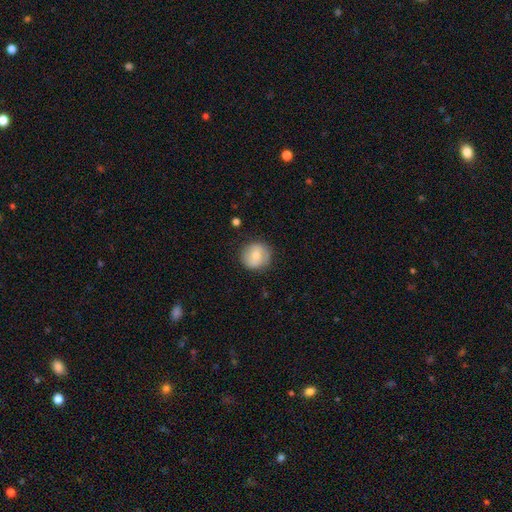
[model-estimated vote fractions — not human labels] This is likely a smooth galaxy (68%). How rounded: clearly round (91%). Merging: clearly none (83%).